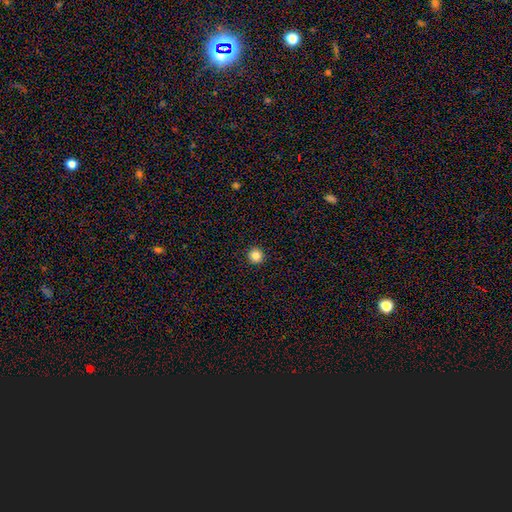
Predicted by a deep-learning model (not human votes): Smooth or featured: smooth — 84% (star or artifact — 11%)
How rounded: round — 96% (in between — 3%)
Merging: none — 93% (minor disturbance — 4%)